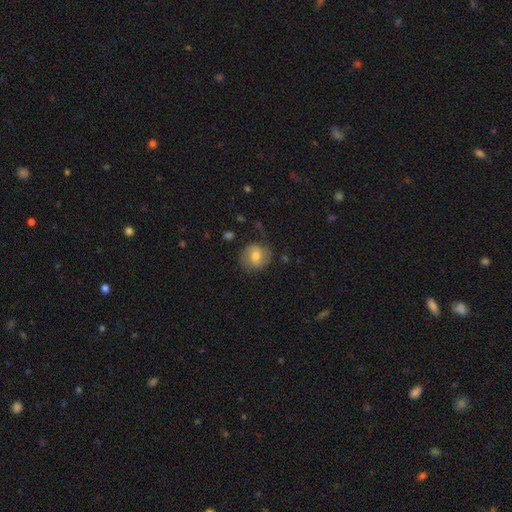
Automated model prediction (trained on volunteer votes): A smooth galaxy with no disk features (56%) that is round (77%). Merging: none (73%).